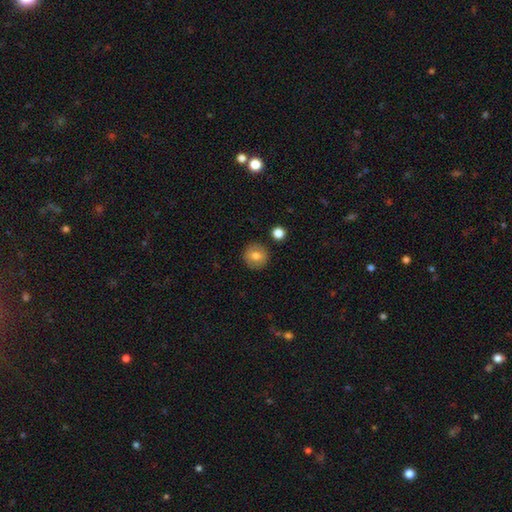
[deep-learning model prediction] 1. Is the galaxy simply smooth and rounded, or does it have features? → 72% smooth, 18% featured or disk, 9% star or artifact.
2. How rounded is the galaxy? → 91% round, 8% in between, 1% cigar-shaped.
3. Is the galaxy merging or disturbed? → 88% none, 7% minor disturbance, 2% merger, 2% major disturbance.